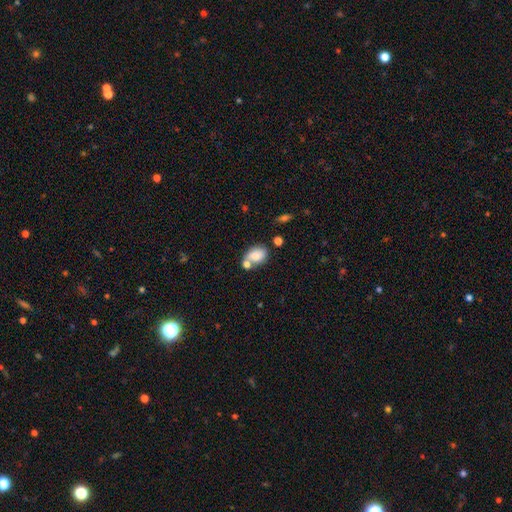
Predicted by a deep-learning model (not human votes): Smooth or featured: smooth — 73% (featured or disk — 18%)
How rounded: in between — 75% (round — 24%)
Merging: none — 40% (merger — 36%)